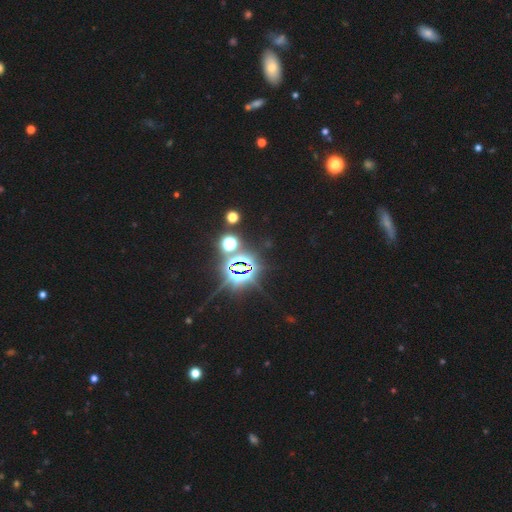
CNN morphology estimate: star or artifact 83%, smooth 10%, featured or disk 7%.